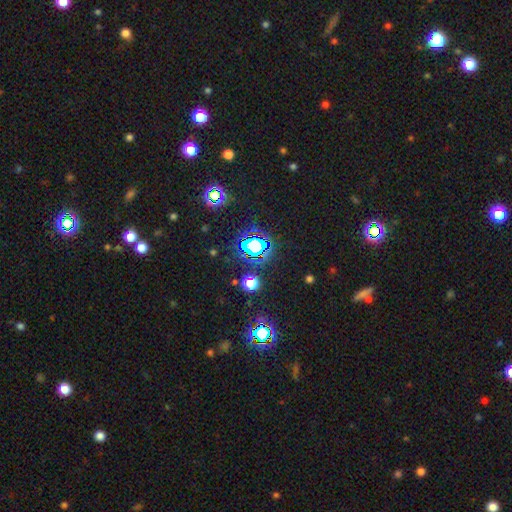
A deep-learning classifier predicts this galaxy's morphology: smooth_or_featured: star or artifact (p=0.77) [alt: smooth p=0.15]